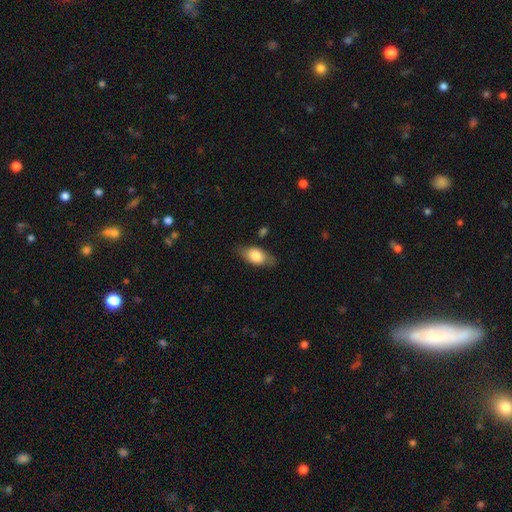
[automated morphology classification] smooth 72%, featured or disk 21%, star or artifact 7%. Down the decision tree: how rounded — in between (85%); merging — none (72%).